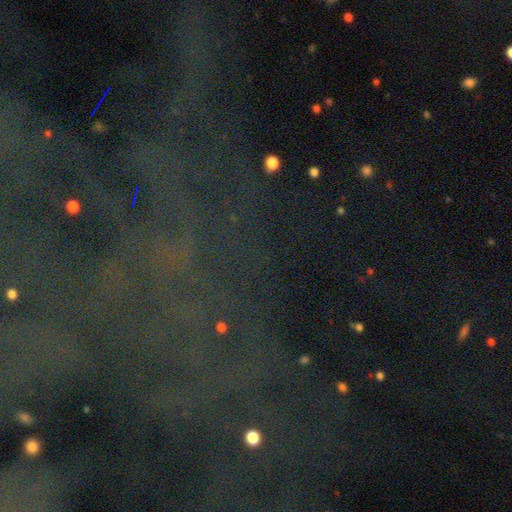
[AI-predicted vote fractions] This appears to be a star or artifact, not a galaxy (68%).